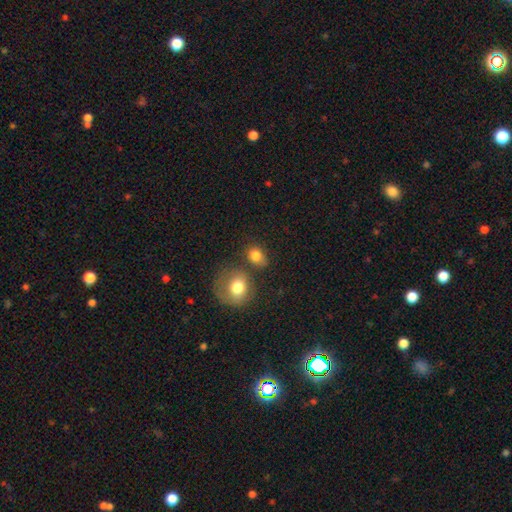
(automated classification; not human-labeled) This appears to be a smooth galaxy with no disk features (81%) that is round (56%). Merging: none (60%).